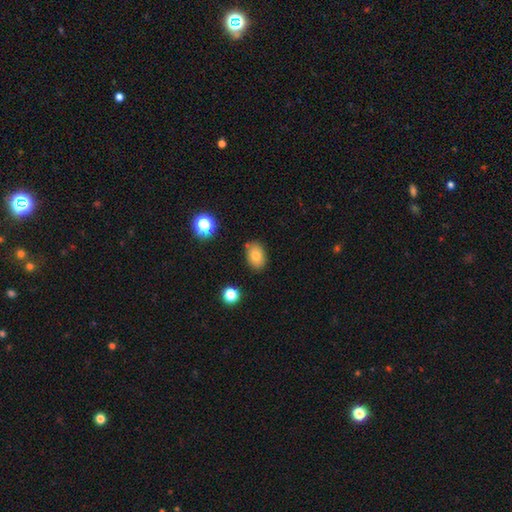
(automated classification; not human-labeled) Smooth or featured? smooth (78%)
How rounded? in between (80%)
Merging? none (80%)